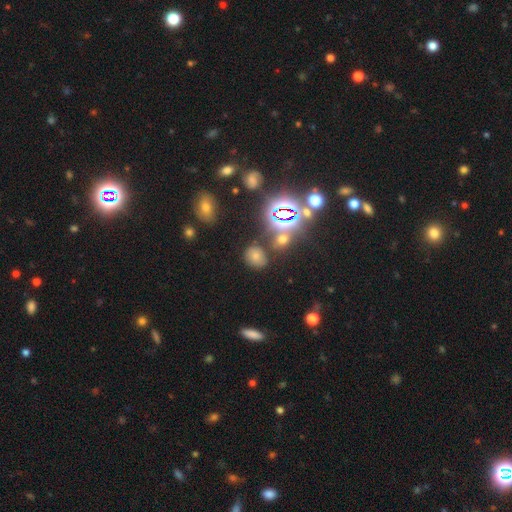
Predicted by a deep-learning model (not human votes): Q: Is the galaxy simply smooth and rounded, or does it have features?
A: smooth — 58%.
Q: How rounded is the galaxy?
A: round — 59%.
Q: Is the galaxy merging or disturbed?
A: none — 75%.